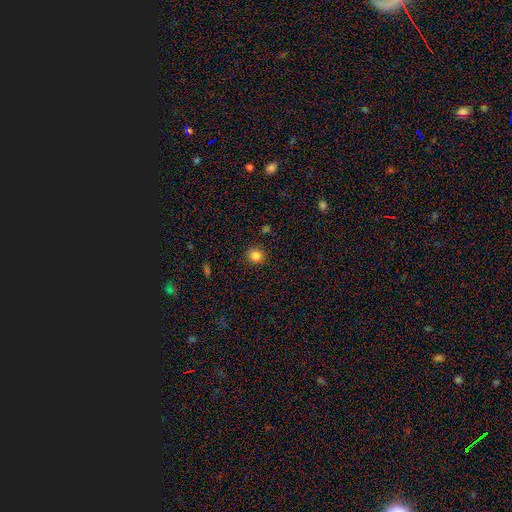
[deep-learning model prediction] Smooth or featured? smooth (84%)
How rounded? round (82%)
Merging? none (88%)